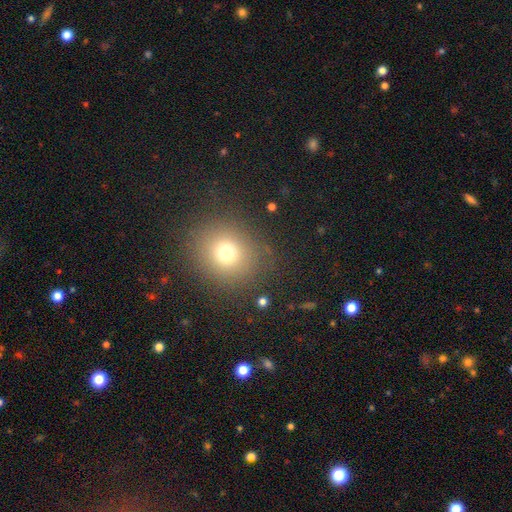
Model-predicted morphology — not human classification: smooth_or_featured: smooth (p=0.66) [alt: star or artifact p=0.26]
how_rounded: round (p=0.85) [alt: in between p=0.14]
merging: none (p=0.90) [alt: minor disturbance p=0.06]